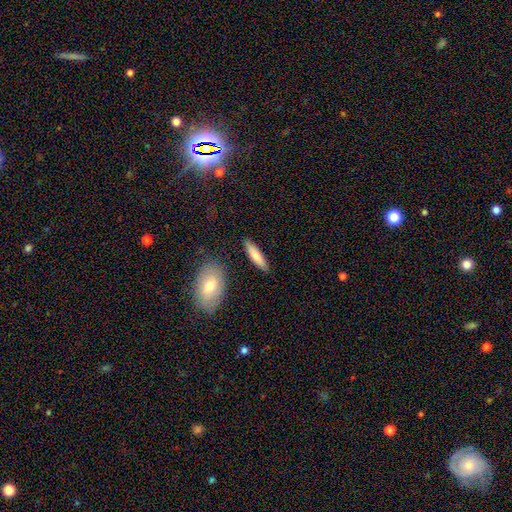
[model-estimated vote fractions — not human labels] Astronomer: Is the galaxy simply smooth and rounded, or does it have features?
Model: smooth — 76%.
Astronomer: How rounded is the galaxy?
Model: cigar-shaped — 70%.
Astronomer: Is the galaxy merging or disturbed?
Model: none — 85%.